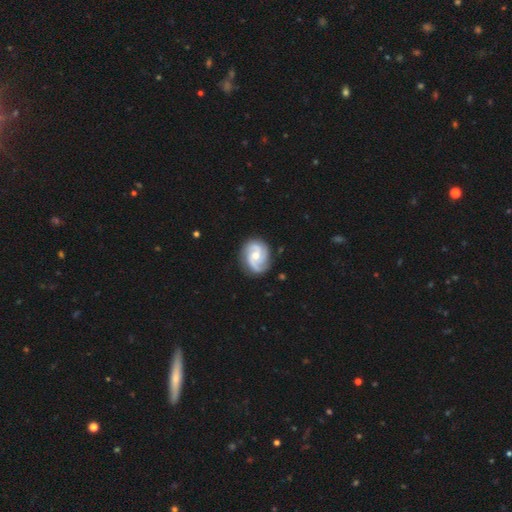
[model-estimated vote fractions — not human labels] A featured or disk galaxy (88%) with no bar (58%), 2 (59%) medium (49%) spiral arms (98%) and a moderate central bulge (62%). Merging: none (82%).